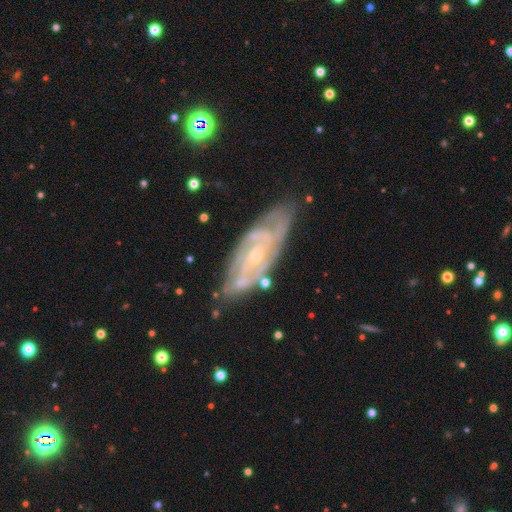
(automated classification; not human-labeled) This is clearly a featured or disk galaxy (83%). It is clearly not viewed edge-on (89%). Bar: likely no (63%). Spiral arm pattern: clearly yes (92%). Spiral arm count: marginally can't tell (37%). Spiral winding: likely tight (62%). Central bulge: likely small (69%). Merging: likely none (71%).